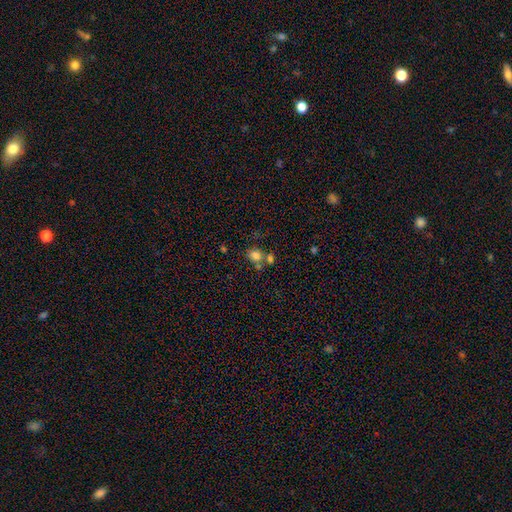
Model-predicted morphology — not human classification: A smooth galaxy with no disk features (78%) that is round (66%). Merging: none (49%).